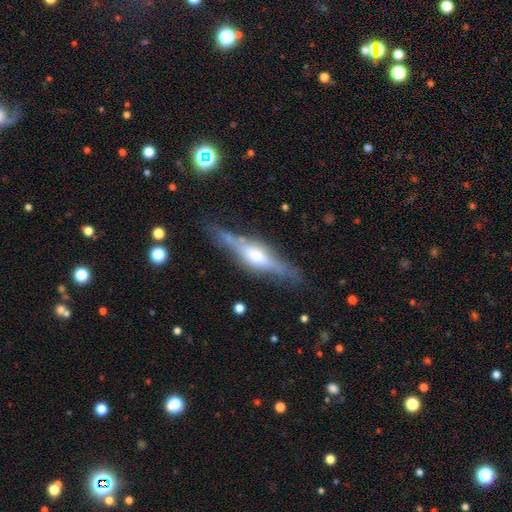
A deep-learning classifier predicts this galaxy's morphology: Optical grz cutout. It shows a featured or disk galaxy (75%) viewed edge-on (94%) with a rounded central bulge (75%). Merging: none (76%).